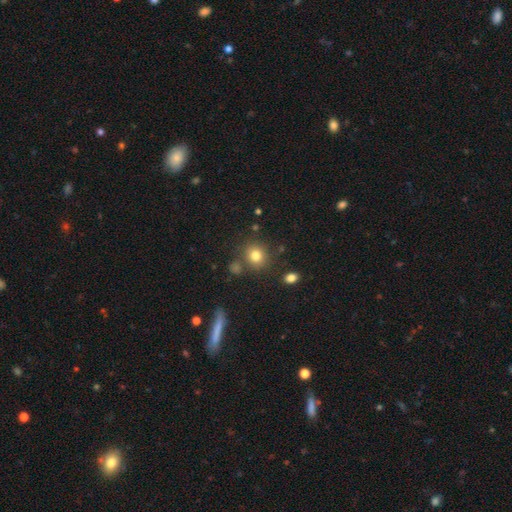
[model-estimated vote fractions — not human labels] Morphology: type=smooth (80%); roundness=round (81%); merging=none (80%).